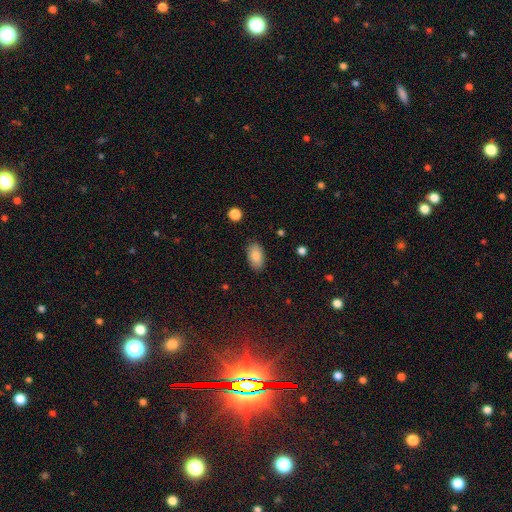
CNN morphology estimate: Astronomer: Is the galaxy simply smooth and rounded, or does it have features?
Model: smooth — 87%.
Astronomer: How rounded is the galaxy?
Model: in between — 93%.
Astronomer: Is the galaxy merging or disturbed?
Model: none — 86%.